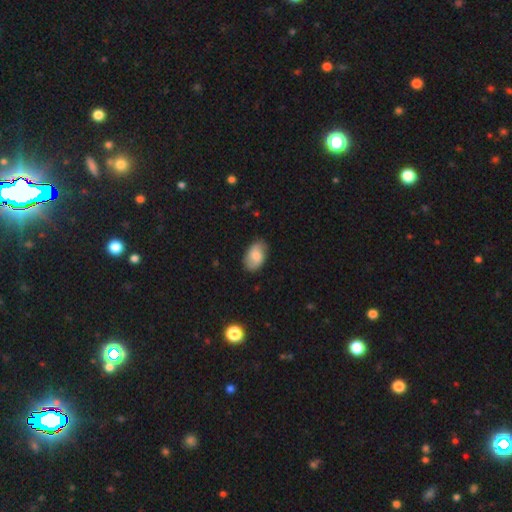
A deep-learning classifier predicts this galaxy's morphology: Smooth or featured?
  - smooth: 70% *
  - featured or disk: 23%
  - star or artifact: 7%
How rounded?
  - in between: 91% *
  - round: 7%
  - cigar-shaped: 1%
Merging?
  - none: 80% *
  - minor disturbance: 15%
  - major disturbance: 3%
  - merger: 1%